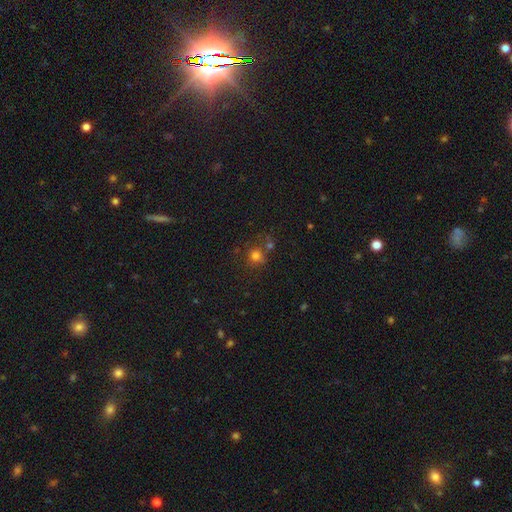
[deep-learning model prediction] Overall: smooth (74%). How rounded: round (87%). Merging: none (64%).